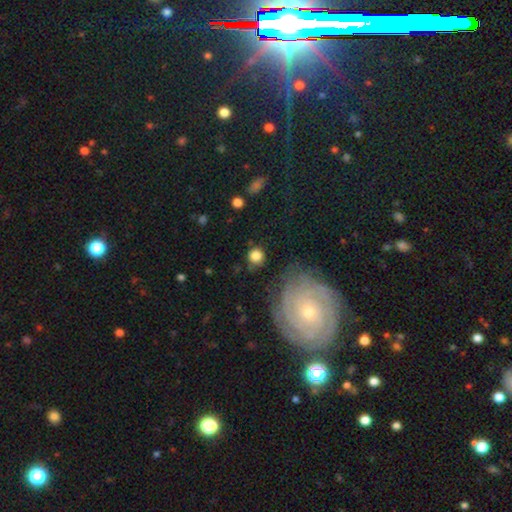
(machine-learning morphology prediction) smooth 77%, featured or disk 13%, star or artifact 10%. Down the decision tree: how rounded — round (89%); merging — none (79%).